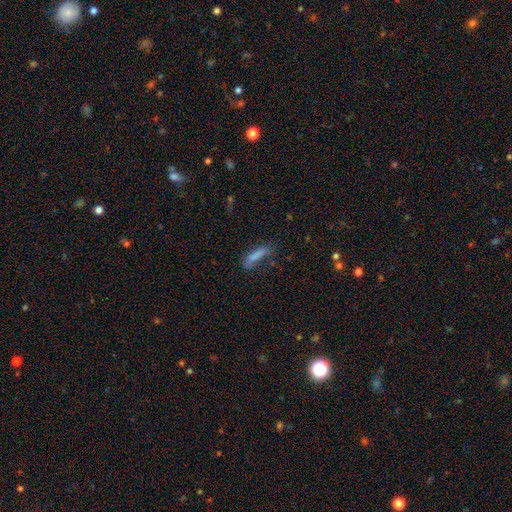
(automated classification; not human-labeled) A smooth galaxy with no disk features (77%) that is cigar-shaped (70%). Merging: none (55%).